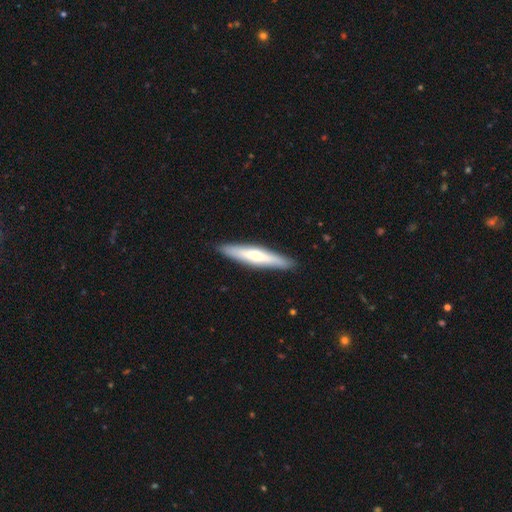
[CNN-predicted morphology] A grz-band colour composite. It shows a smooth galaxy with no disk features (52%) that is cigar-shaped (87%). Merging: none (90%).